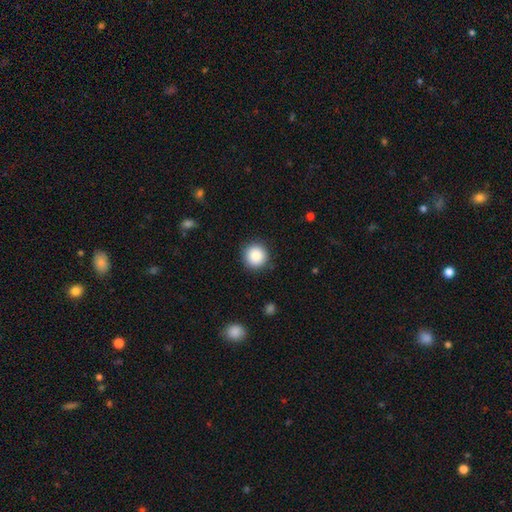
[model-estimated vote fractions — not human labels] smooth-or-featured: smooth: 86% | star or artifact: 9% | featured or disk: 5%
  how-rounded: round: 94% | in between: 5% | cigar-shaped: 1%
  merging: none: 90% | minor disturbance: 7% | major disturbance: 2% | merger: 1%